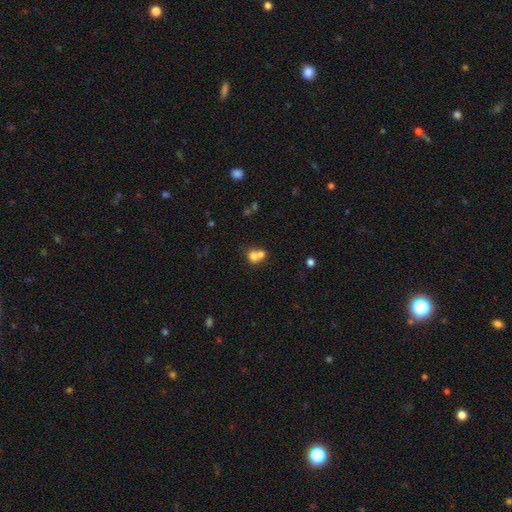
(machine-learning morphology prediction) smooth_or_featured: smooth (p=0.71) [alt: featured or disk p=0.18]
how_rounded: round (p=0.66) [alt: in between p=0.33]
merging: merger (p=0.66) [alt: none p=0.25]